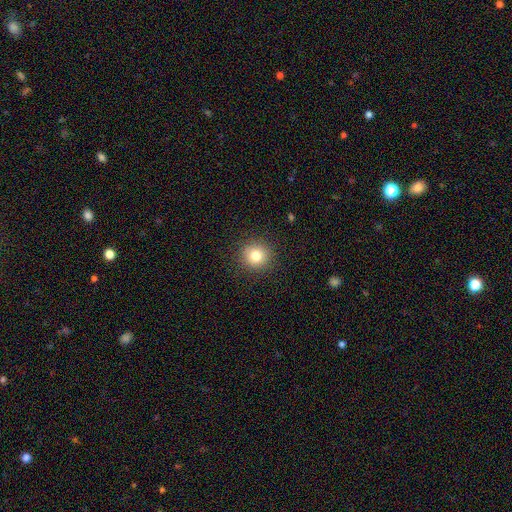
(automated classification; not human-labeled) Smooth or featured: smooth — 80% (star or artifact — 12%)
How rounded: round — 92% (in between — 7%)
Merging: none — 90% (minor disturbance — 7%)